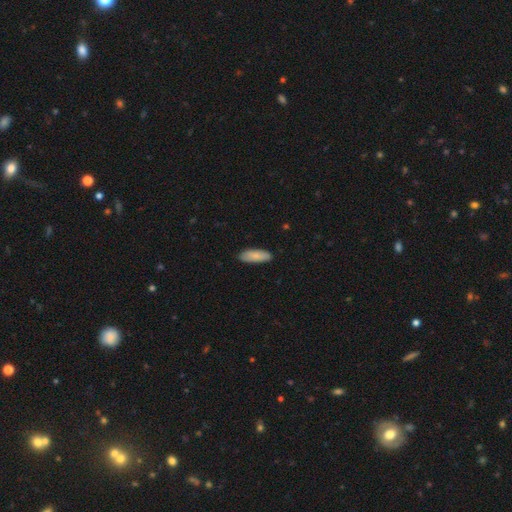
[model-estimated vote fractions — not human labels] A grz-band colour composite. It shows a smooth galaxy with no disk features (82%) that is in between round and cigar-shaped (68%). Merging: none (86%).